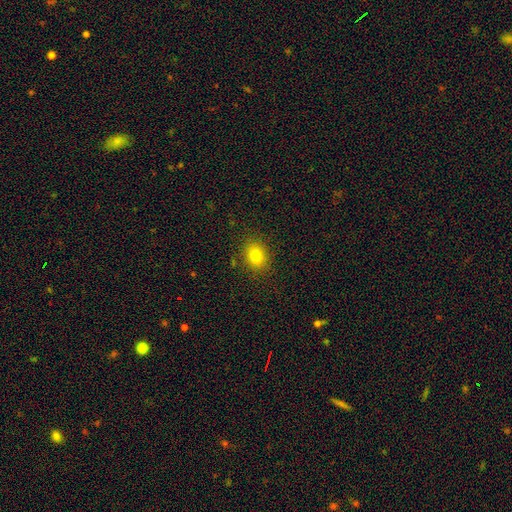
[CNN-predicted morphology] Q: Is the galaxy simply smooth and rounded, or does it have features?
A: smooth — 79%.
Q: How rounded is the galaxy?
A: round — 52%.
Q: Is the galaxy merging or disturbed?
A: none — 88%.